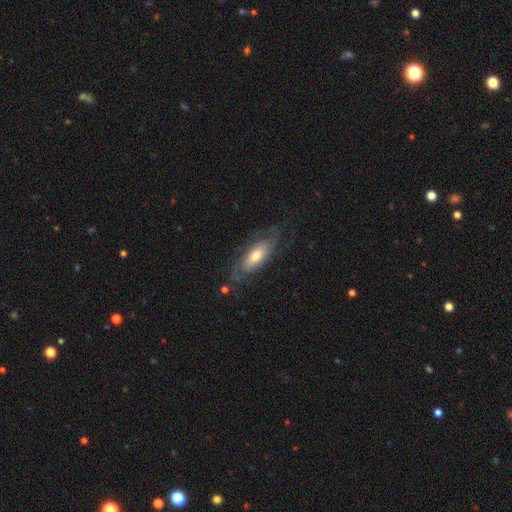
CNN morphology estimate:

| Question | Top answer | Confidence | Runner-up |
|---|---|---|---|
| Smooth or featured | featured or disk | 63% | smooth (31%) |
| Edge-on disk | no | 83% | yes (17%) |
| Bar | no | 69% | weak (24%) |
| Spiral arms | yes | 82% | no (18%) |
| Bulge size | moderate | 58% | large (23%) |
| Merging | none | 66% | minor disturbance (20%) |